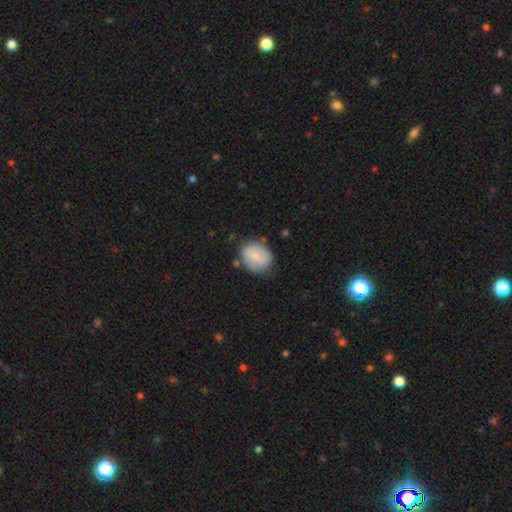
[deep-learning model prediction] Smooth or featured: smooth — 72% (featured or disk — 21%)
How rounded: round — 53% (in between — 46%)
Merging: none — 67% (minor disturbance — 23%)